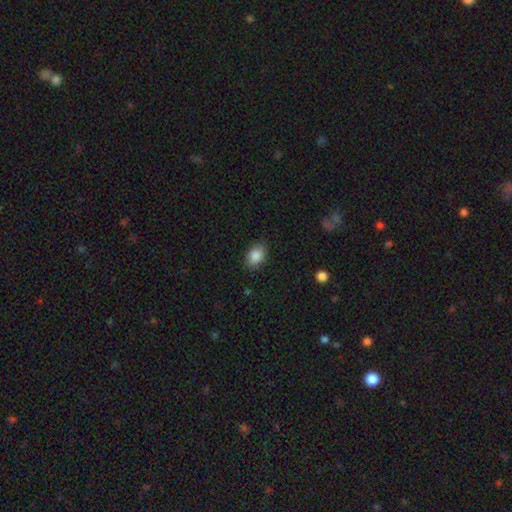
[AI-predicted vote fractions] This is clearly a smooth galaxy (88%). How rounded: clearly in between (80%). Merging: clearly none (84%).